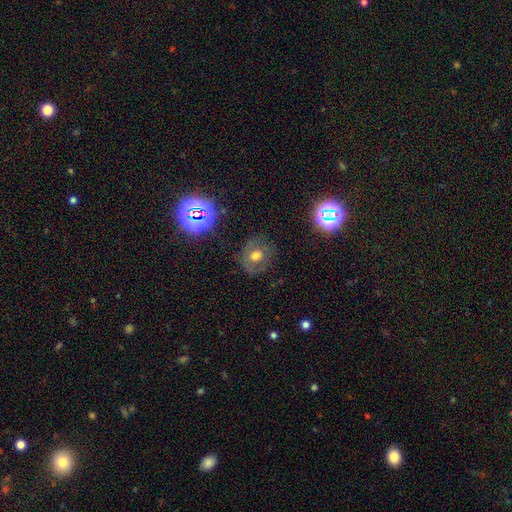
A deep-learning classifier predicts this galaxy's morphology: This appears to be a smooth galaxy with no disk features (44%). Merging: none (73%).